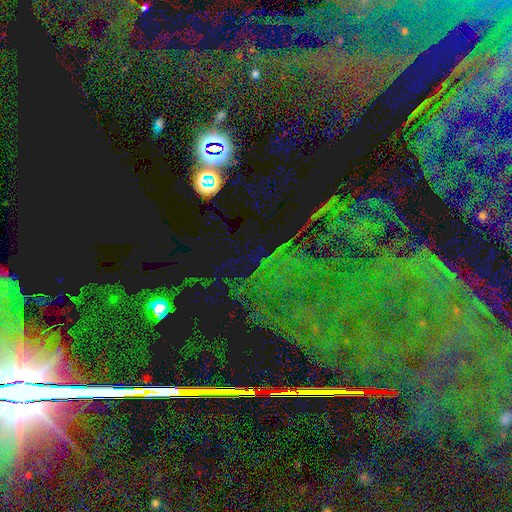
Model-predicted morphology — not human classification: Overall: star or artifact (75%).